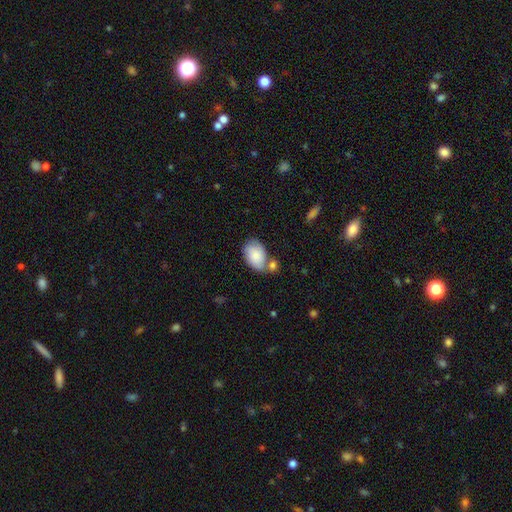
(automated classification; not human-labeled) Smooth or featured? smooth (79%)
How rounded? in between (89%)
Merging? none (46%)